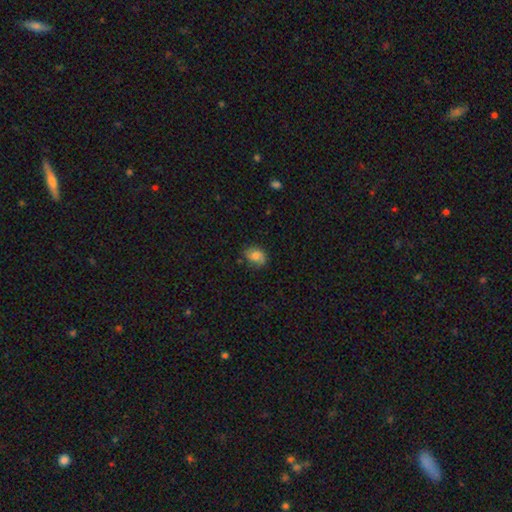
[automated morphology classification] Smooth or featured? smooth (69%)
How rounded? in between (66%)
Merging? none (70%)